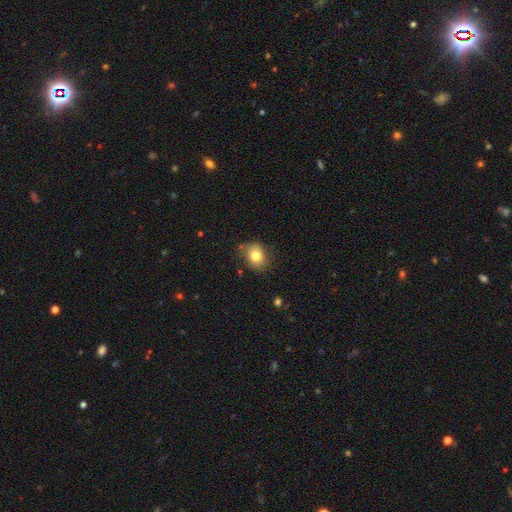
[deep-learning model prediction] Morphology: type=smooth (80%); roundness=round (50%); merging=none (76%).